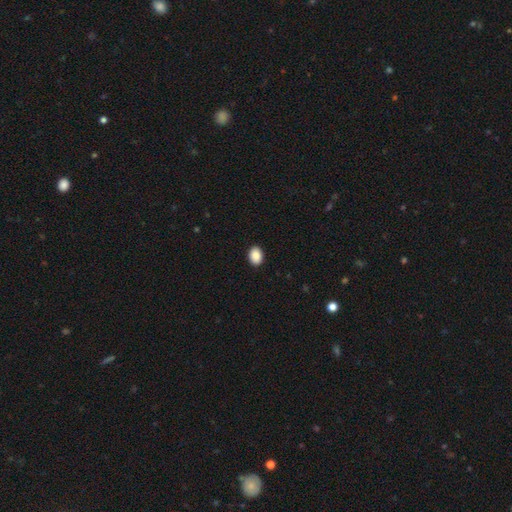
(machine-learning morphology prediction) Smooth or featured? Predicted: smooth (p=0.89). How rounded? Predicted: in between (p=0.72). Merging? Predicted: none (p=0.92).